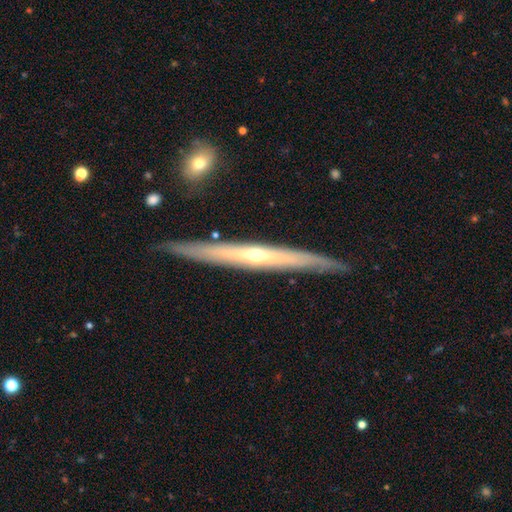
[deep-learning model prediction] The model was most divided on "edge-on bulge": rounded: 69%, none: 29%, boxy: 3%. More confident: edge-on disk — yes (95%); merging — none (87%); smooth or featured — featured or disk (77%).